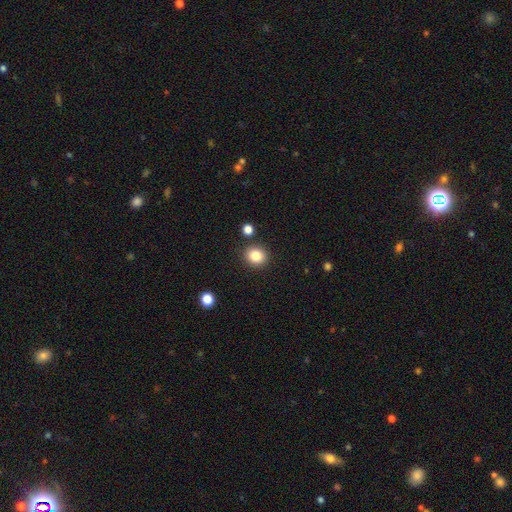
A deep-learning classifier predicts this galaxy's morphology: Overall: smooth (84%). How rounded: round (80%). Merging: none (88%).